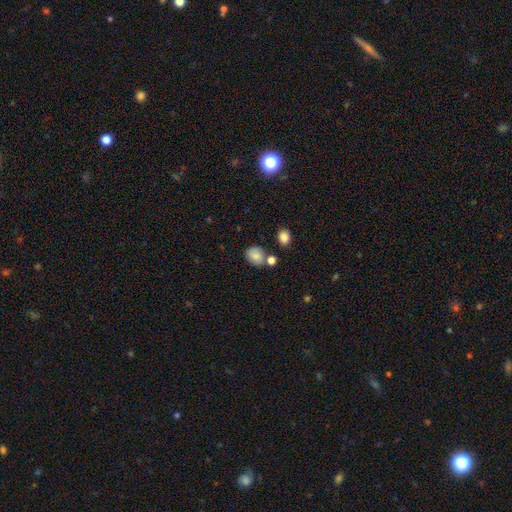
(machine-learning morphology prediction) Smooth or featured? smooth (78%)
How rounded? round (60%)
Merging? none (63%)